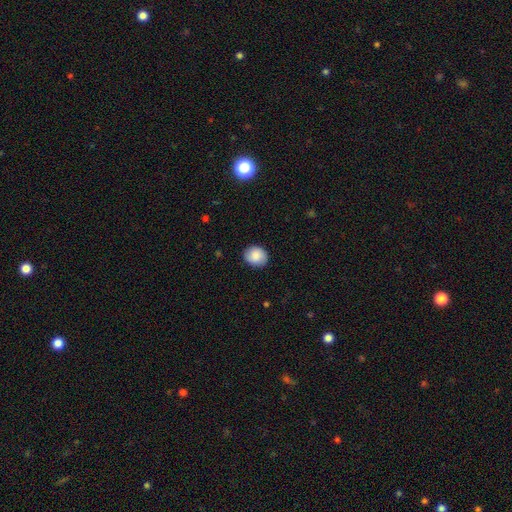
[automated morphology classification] A smooth galaxy with no disk features (87%) that is round (68%). Merging: none (88%).